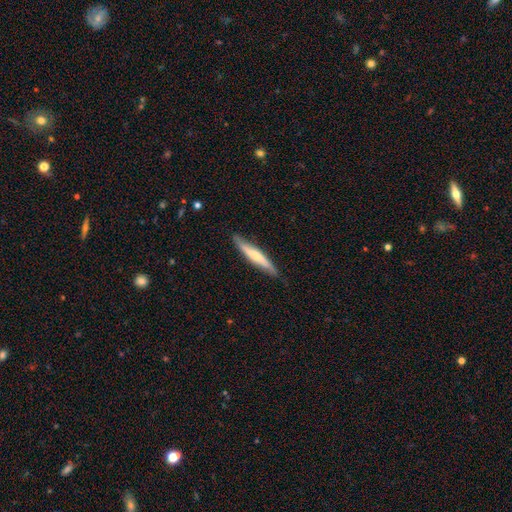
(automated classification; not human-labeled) Smooth or featured? smooth (57%)
How rounded? cigar-shaped (92%)
Merging? none (84%)